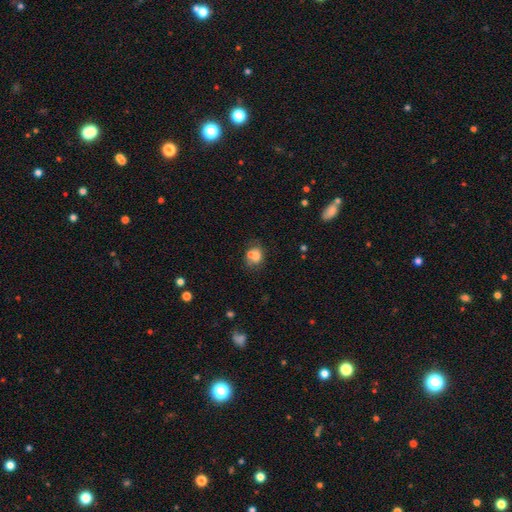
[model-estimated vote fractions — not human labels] Smooth or featured? Predicted: smooth (p=0.70). How rounded? Predicted: in between (p=0.50). Merging? Predicted: merger (p=0.41).